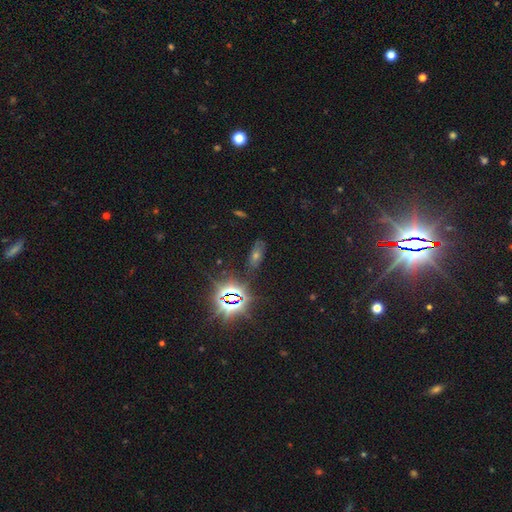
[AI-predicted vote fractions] This is possibly a star or artifact rather than a galaxy (54%).